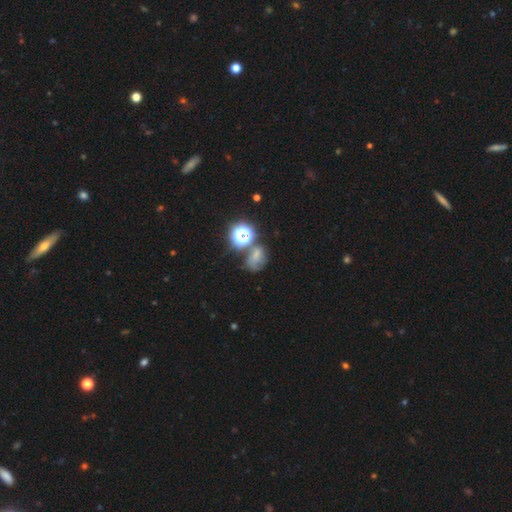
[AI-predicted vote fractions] Smooth or featured? smooth (48%)
Merging? none (40%)